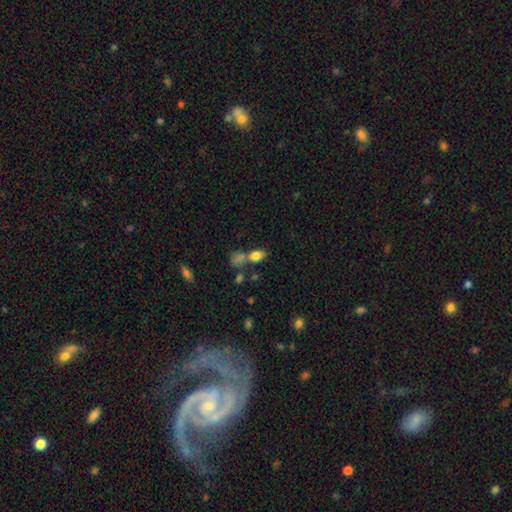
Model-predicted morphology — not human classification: A smooth galaxy with no disk features (77%) that is in between round and cigar-shaped (81%). Merging: none (45%).